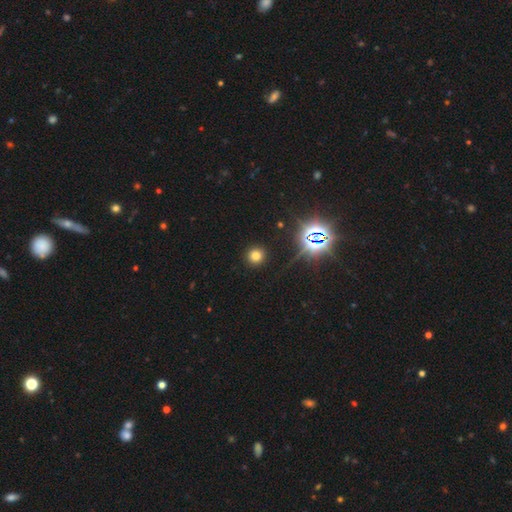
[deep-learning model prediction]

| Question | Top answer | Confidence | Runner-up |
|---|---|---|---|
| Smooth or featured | smooth | 71% | star or artifact (23%) |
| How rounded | round | 92% | in between (7%) |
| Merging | none | 91% | minor disturbance (5%) |